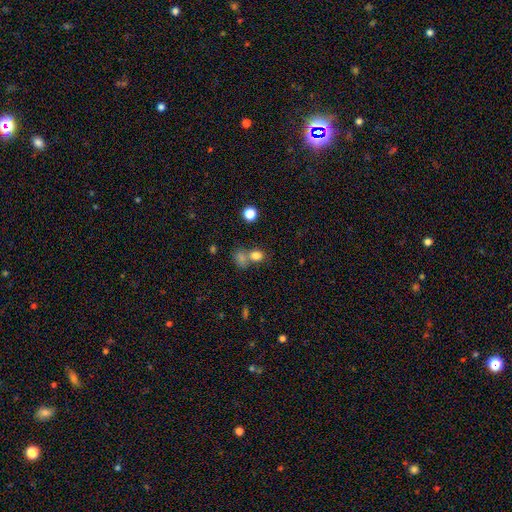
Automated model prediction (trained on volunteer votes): Overall: smooth (77%). How rounded: round (56%; in between 43%). Merging: none (44%; merger 43%).